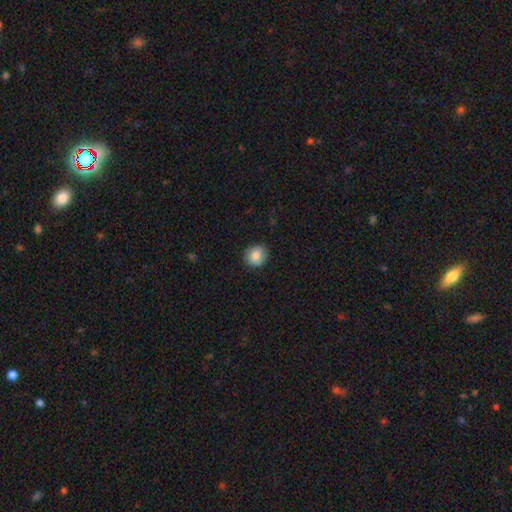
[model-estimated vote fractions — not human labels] Overall: smooth (82%). How rounded: round (80%). Merging: none (84%).